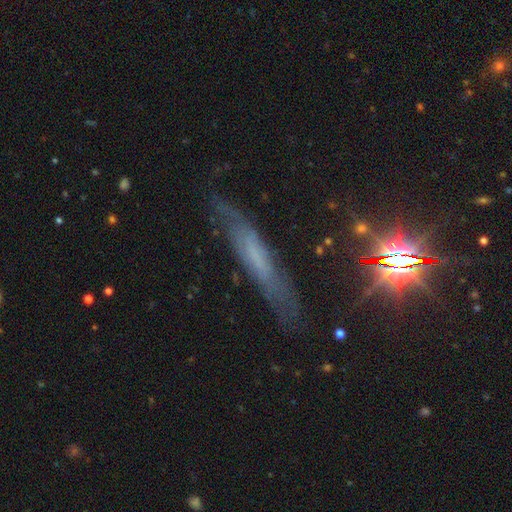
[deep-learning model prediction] Smooth or featured? featured or disk (54%)
Edge-on disk? yes (68%)
Merging? none (72%)